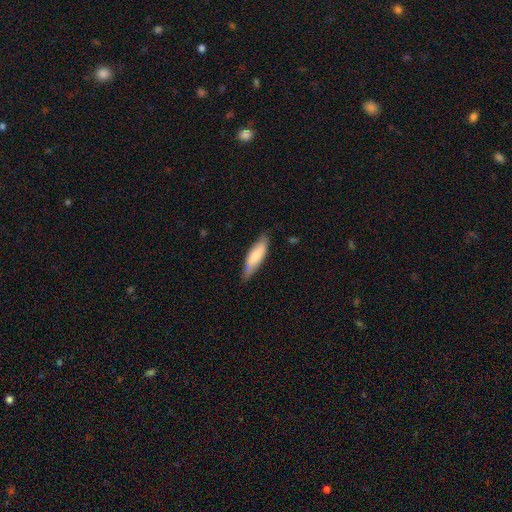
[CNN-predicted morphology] Q: Smooth or featured?
A: smooth (75%); runner-up: featured or disk (20%)
Q: How rounded?
A: cigar-shaped (54%); runner-up: in between (44%)
Q: Merging?
A: none (75%); runner-up: minor disturbance (21%)